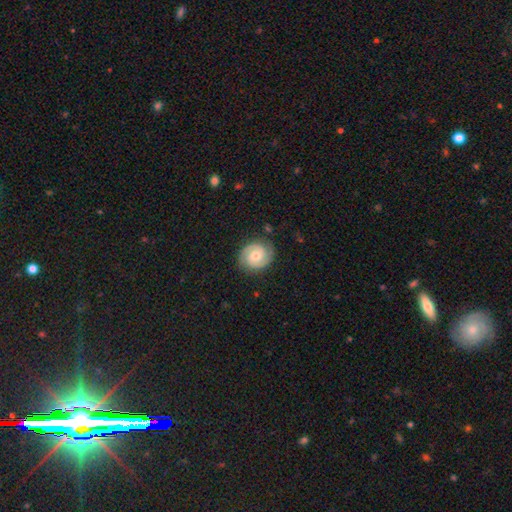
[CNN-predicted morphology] Smooth or featured? Predicted: featured or disk (p=0.85). Edge-on disk? Predicted: no (p=0.98). Bar? Predicted: no (p=0.62). Spiral arms? Predicted: yes (p=0.98). Spiral winding? Predicted: tight (p=0.61). Spiral arm count? Predicted: 2 (p=0.92). Bulge size? Predicted: moderate (p=0.62). Merging? Predicted: none (p=0.85).